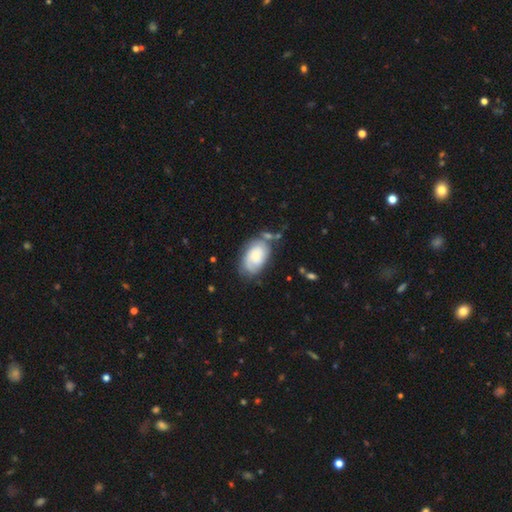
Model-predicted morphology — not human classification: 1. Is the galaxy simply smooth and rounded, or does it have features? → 53% featured or disk, 40% smooth, 7% star or artifact.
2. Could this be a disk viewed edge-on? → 95% no, 5% yes.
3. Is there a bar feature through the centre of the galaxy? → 75% no, 21% weak, 3% strong.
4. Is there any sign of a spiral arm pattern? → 82% yes, 18% no.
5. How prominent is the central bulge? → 52% small, 35% moderate, 7% large, 4% none, 2% dominant.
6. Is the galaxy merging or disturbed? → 60% none, 24% minor disturbance, 9% major disturbance, 7% merger.